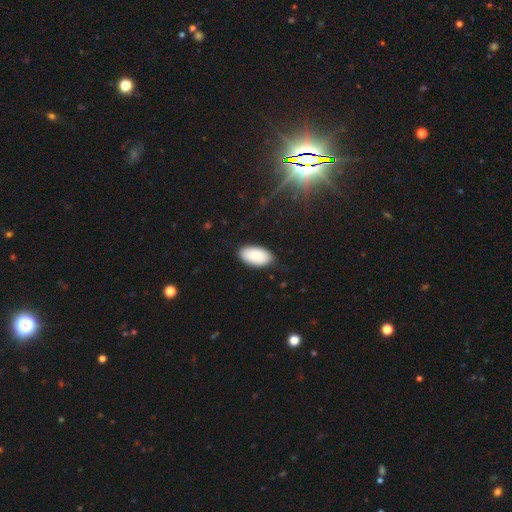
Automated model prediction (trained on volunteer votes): Smooth or featured?
  - smooth: 88% *
  - star or artifact: 6%
  - featured or disk: 6%
How rounded?
  - in between: 96% *
  - round: 2%
  - cigar-shaped: 2%
Merging?
  - none: 85% *
  - minor disturbance: 11%
  - major disturbance: 2%
  - merger: 1%